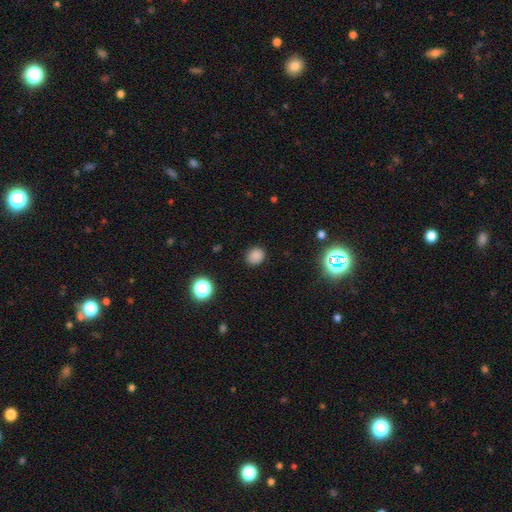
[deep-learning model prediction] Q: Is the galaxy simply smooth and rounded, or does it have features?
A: smooth — 82%.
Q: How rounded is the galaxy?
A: round — 70%.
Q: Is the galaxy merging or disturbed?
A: none — 86%.